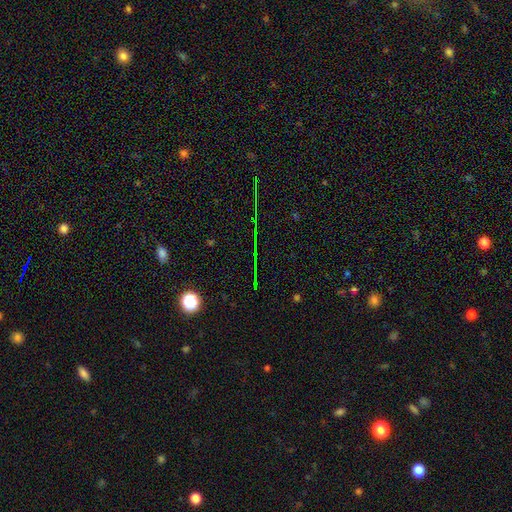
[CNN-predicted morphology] star or artifact 75%, featured or disk 13%, smooth 12%.